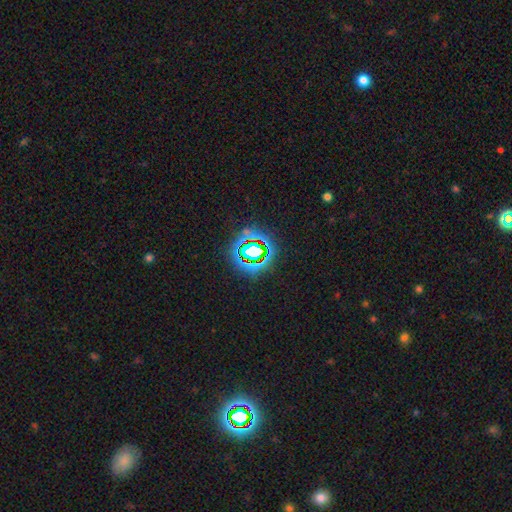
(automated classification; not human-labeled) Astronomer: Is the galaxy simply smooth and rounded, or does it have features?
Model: star or artifact — 71%.